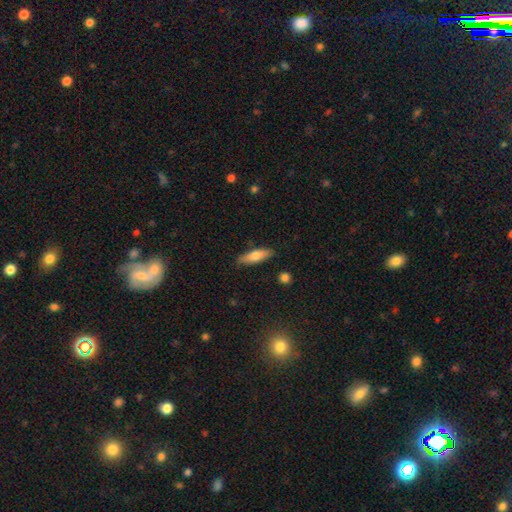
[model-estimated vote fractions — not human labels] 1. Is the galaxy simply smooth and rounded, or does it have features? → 70% smooth, 23% featured or disk, 6% star or artifact.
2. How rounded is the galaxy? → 56% cigar-shaped, 42% in between, 2% round.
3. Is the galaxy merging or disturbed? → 86% none, 10% minor disturbance, 2% major disturbance, 2% merger.